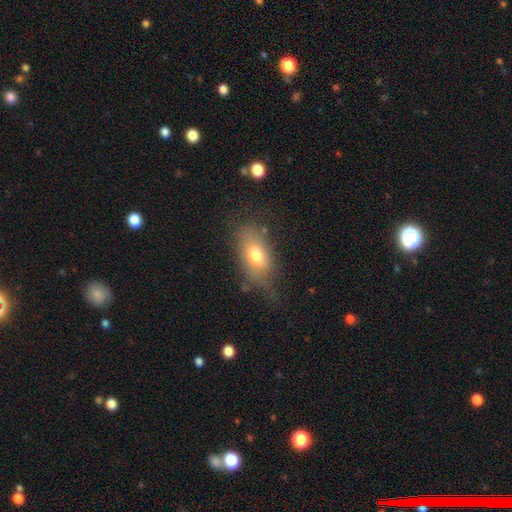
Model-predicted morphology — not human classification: Smooth or featured? smooth (71%)
How rounded? in between (87%)
Merging? none (53%)